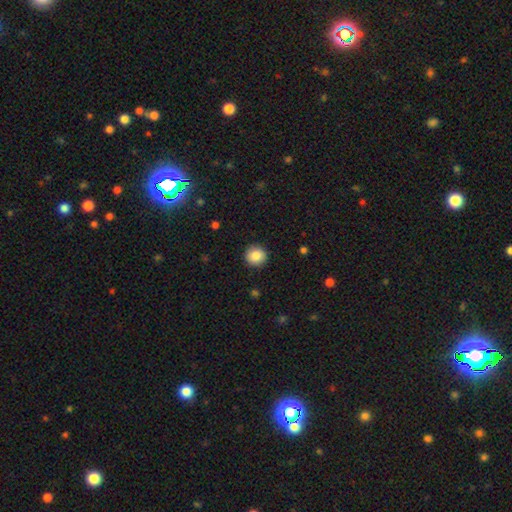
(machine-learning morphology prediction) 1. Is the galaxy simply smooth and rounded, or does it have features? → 86% smooth, 9% star or artifact, 5% featured or disk.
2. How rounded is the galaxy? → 92% round, 7% in between, 1% cigar-shaped.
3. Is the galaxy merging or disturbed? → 91% none, 6% minor disturbance, 2% major disturbance, 1% merger.